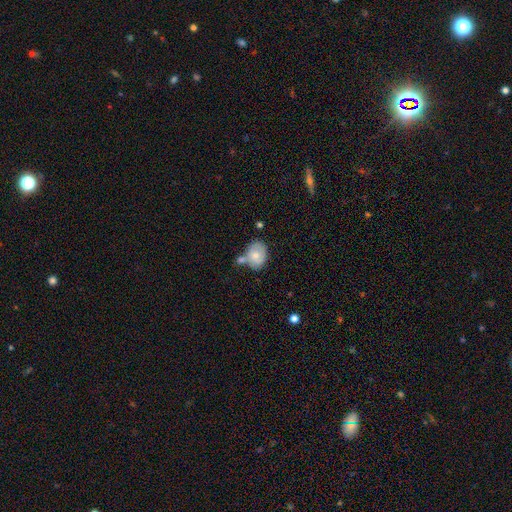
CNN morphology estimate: Smooth or featured: smooth — 67% (featured or disk — 26%)
How rounded: in between — 66% (round — 33%)
Merging: none — 44% (merger — 29%)